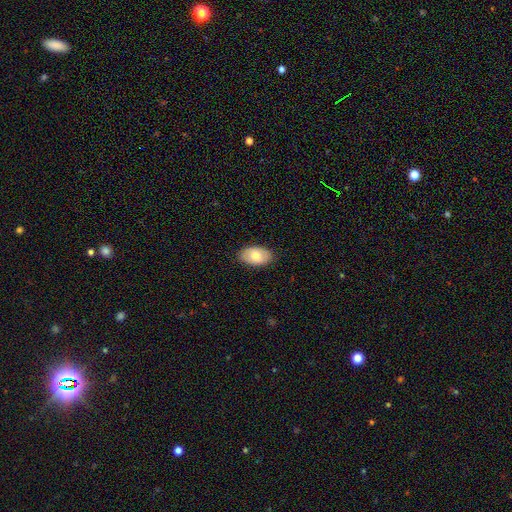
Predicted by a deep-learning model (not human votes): This is likely a smooth galaxy (78%). How rounded: clearly in between (94%). Merging: clearly none (86%).